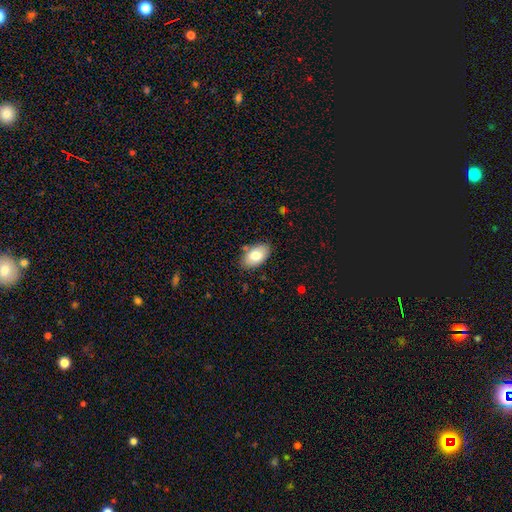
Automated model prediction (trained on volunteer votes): smooth-or-featured: smooth: 78% | featured or disk: 15% | star or artifact: 7%
  how-rounded: in between: 93% | round: 5% | cigar-shaped: 1%
  merging: none: 81% | minor disturbance: 14% | merger: 3% | major disturbance: 3%